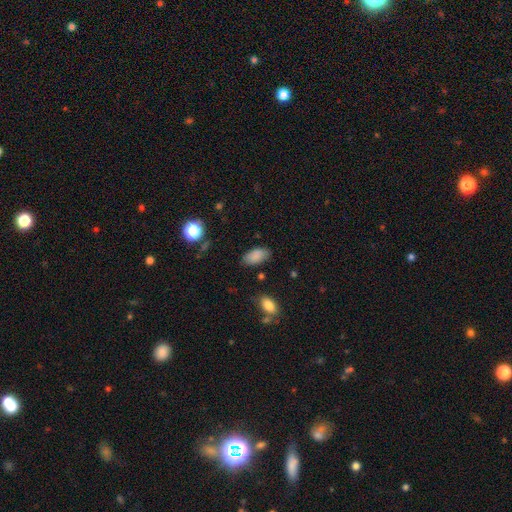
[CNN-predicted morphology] Smooth or featured: smooth — 86% (star or artifact — 8%)
How rounded: in between — 93% (cigar-shaped — 4%)
Merging: none — 82% (minor disturbance — 13%)